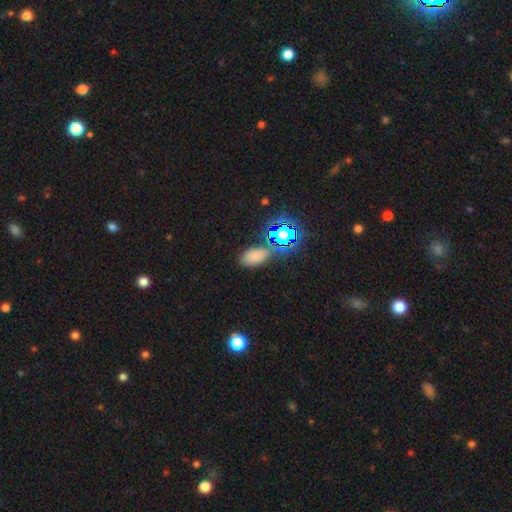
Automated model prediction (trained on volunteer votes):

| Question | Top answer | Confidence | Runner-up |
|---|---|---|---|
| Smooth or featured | smooth | 60% | star or artifact (32%) |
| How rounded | in between | 90% | round (7%) |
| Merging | none | 75% | minor disturbance (15%) |